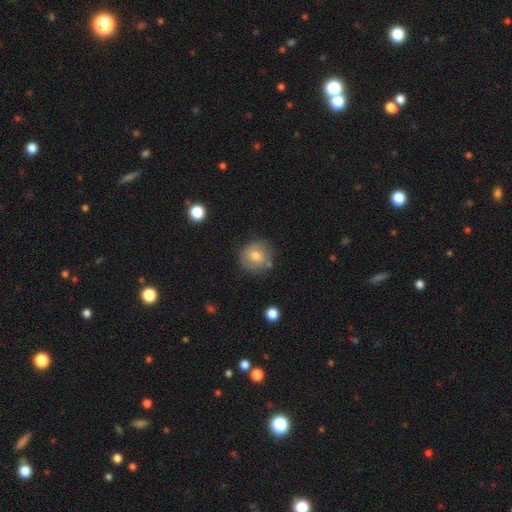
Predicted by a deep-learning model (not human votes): smooth_or_featured: smooth (p=0.67) [alt: featured or disk p=0.23]
how_rounded: round (p=0.91) [alt: in between p=0.08]
merging: none (p=0.78) [alt: minor disturbance p=0.14]